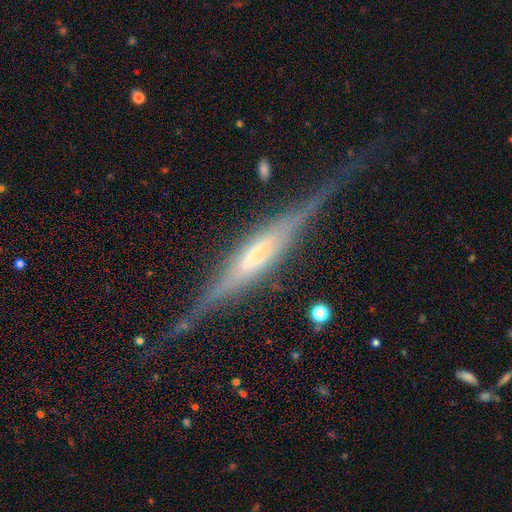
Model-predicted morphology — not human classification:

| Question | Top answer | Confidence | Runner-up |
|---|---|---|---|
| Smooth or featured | featured or disk | 83% | smooth (11%) |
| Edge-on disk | yes | 96% | no (4%) |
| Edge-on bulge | boxy | 50% | rounded (33%) |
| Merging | none | 77% | minor disturbance (16%) |